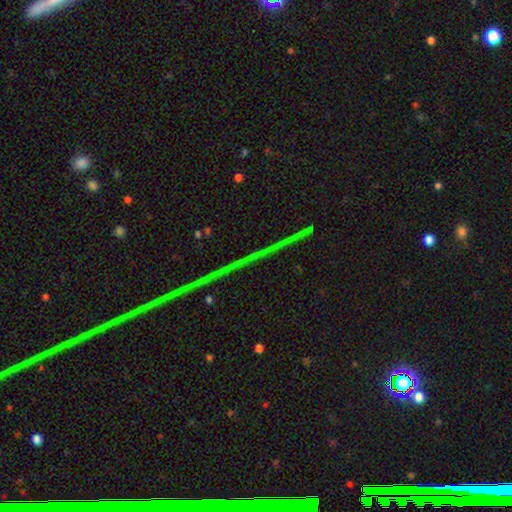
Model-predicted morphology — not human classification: type=star or artifact (79%).